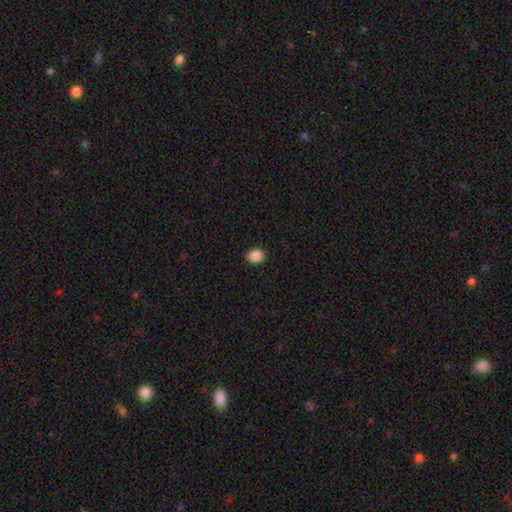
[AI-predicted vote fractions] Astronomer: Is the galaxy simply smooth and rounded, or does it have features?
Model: smooth — 88%.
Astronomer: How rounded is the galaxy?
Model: round — 51% (runner-up: in between, 48%).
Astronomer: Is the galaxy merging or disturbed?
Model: none — 90%.